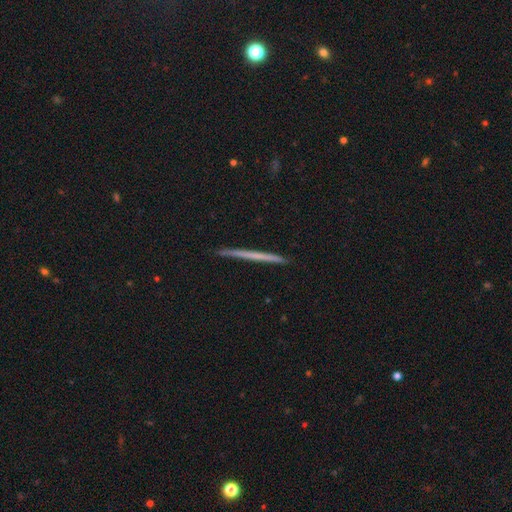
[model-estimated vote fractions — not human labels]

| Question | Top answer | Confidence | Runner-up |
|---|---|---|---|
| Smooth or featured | featured or disk | 51% | smooth (43%) |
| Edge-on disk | yes | 98% | no (2%) |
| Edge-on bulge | none | 93% | rounded (5%) |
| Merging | none | 91% | minor disturbance (7%) |